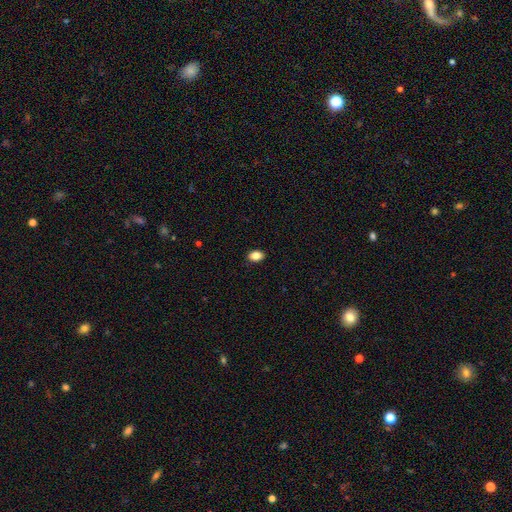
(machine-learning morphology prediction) The model was most divided on "how rounded": in between: 83%, round: 15%, cigar-shaped: 1%. More confident: merging — none (89%); smooth or featured — smooth (87%).